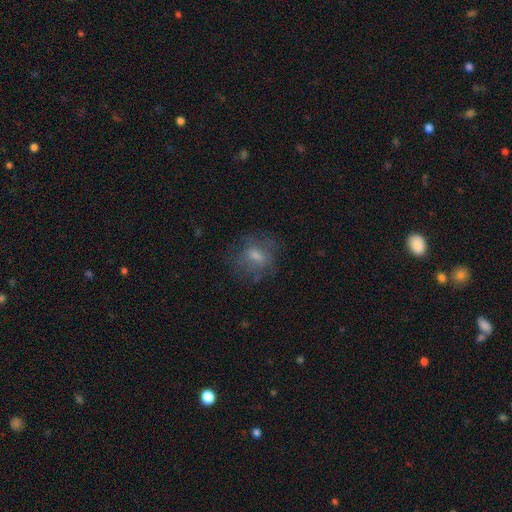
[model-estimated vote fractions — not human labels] Smooth or featured? smooth (55%)
How rounded? round (59%)
Merging? none (69%)